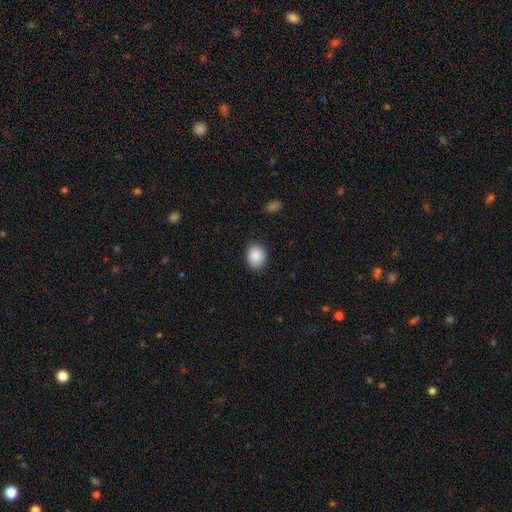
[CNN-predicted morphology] type=smooth (89%); roundness=round (52%); merging=none (86%).